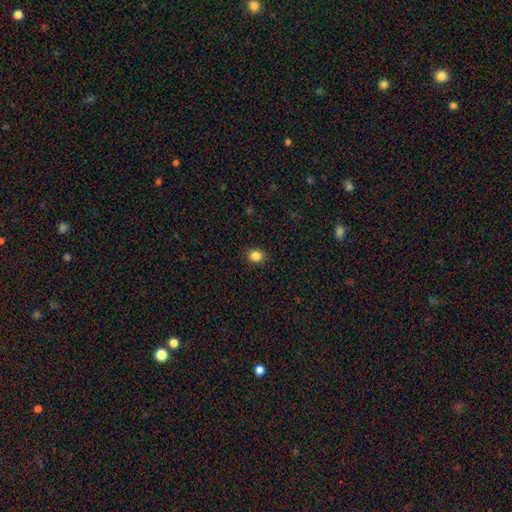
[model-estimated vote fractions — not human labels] smooth 85%, star or artifact 11%, featured or disk 4%. Down the decision tree: how rounded — round (64%); merging — none (90%).